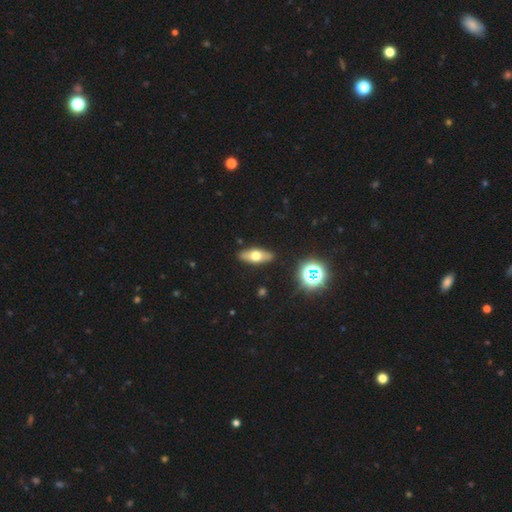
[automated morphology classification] Smooth or featured? Predicted: smooth (p=0.52). How rounded? Predicted: in between (p=0.69). Merging? Predicted: none (p=0.88).